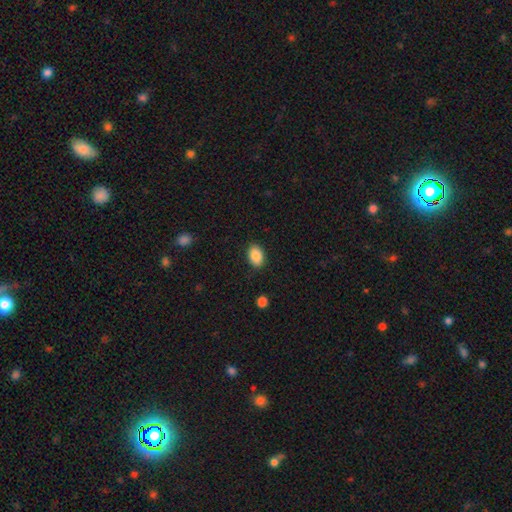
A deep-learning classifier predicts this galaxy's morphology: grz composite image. It shows a smooth galaxy with no disk features (88%) that is in between round and cigar-shaped (85%). Merging: none (87%).